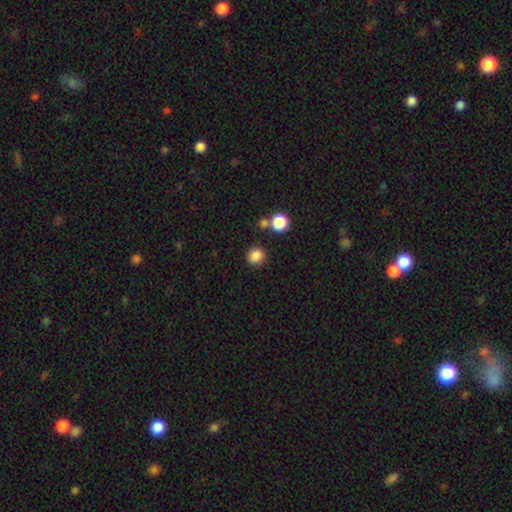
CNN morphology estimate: Smooth or featured? smooth (85%)
How rounded? round (82%)
Merging? none (84%)